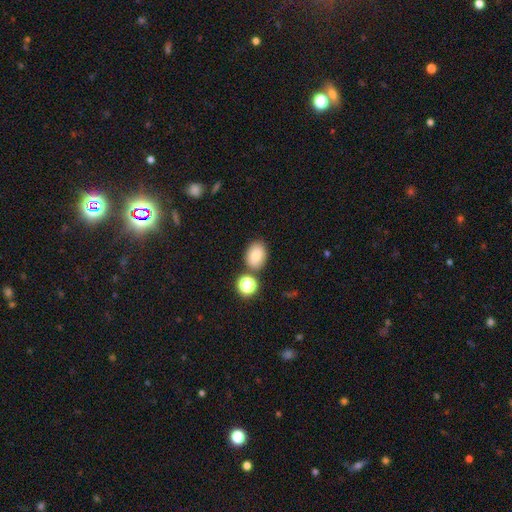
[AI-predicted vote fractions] Smooth or featured: smooth — 81% (star or artifact — 11%)
How rounded: in between — 71% (round — 28%)
Merging: none — 74% (minor disturbance — 12%)